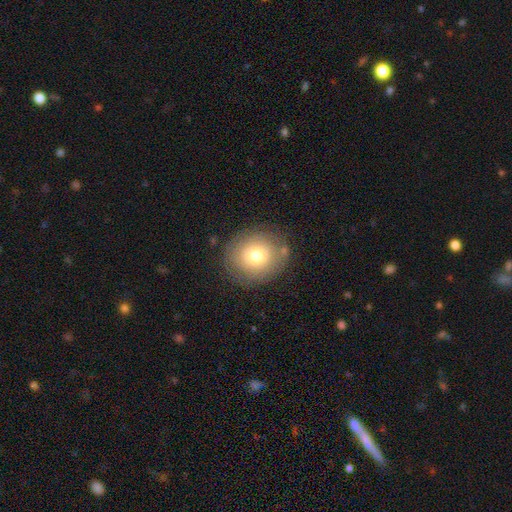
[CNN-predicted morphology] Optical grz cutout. It shows a smooth galaxy with no disk features (69%) that is round (79%). Merging: none (80%).